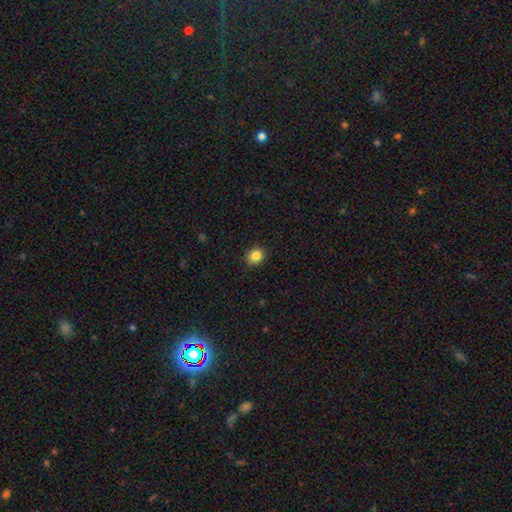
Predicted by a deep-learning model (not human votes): Smooth or featured? smooth (85%)
How rounded? round (68%)
Merging? none (88%)